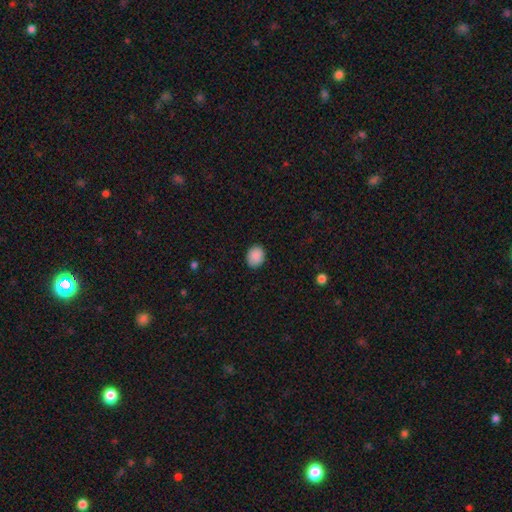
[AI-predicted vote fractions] Smooth or featured: smooth — 89% (star or artifact — 8%)
How rounded: round — 55% (in between — 44%)
Merging: none — 88% (minor disturbance — 9%)